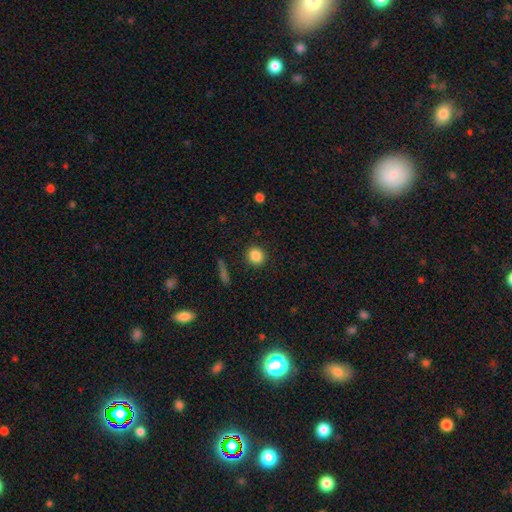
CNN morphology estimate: smooth_or_featured: smooth (p=0.86) [alt: star or artifact p=0.10]
how_rounded: round (p=0.87) [alt: in between p=0.12]
merging: none (p=0.91) [alt: minor disturbance p=0.06]